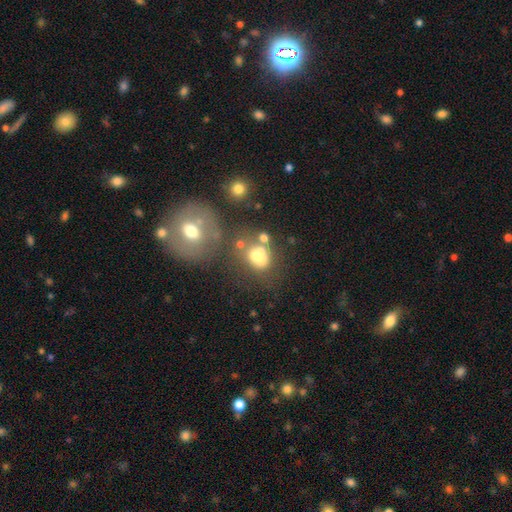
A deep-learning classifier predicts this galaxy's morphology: This is likely a smooth galaxy (66%). How rounded: possibly round (51%). Merging: marginally none (38%).